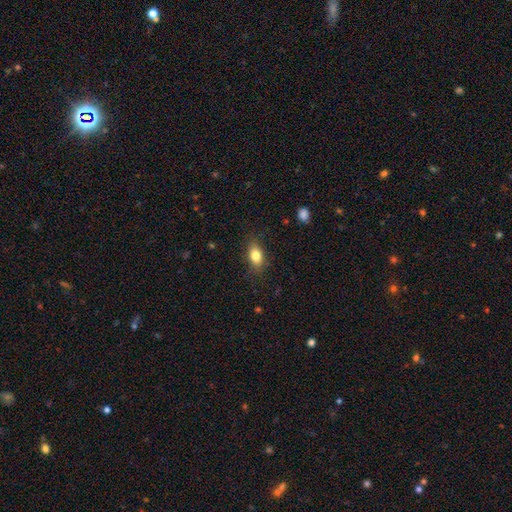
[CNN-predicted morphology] The model was most divided on "how rounded": in between: 83%, round: 12%, cigar-shaped: 4%. More confident: merging — none (84%); smooth or featured — smooth (82%).